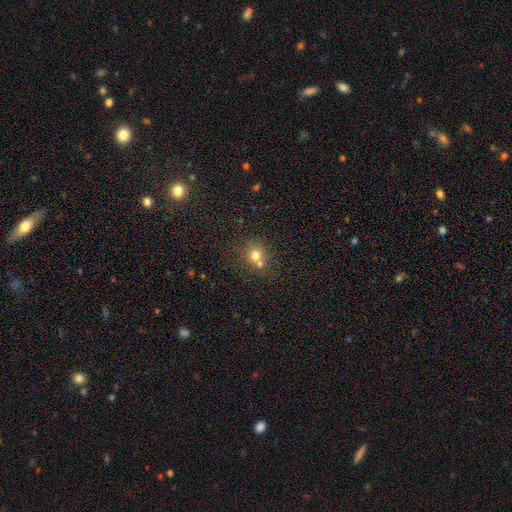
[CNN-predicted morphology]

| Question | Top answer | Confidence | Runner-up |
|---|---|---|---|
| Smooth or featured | smooth | 72% | star or artifact (15%) |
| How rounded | round | 83% | in between (16%) |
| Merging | none | 49% | merger (39%) |